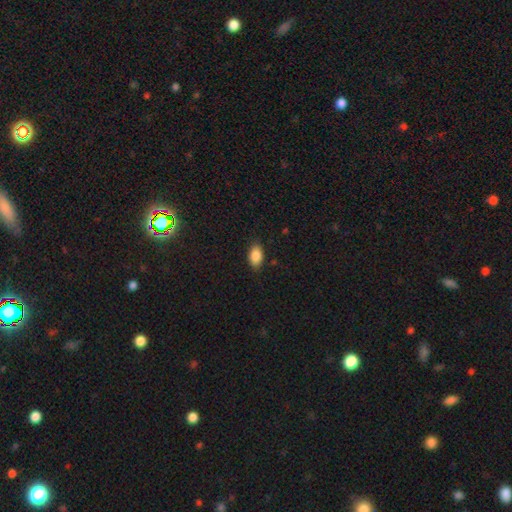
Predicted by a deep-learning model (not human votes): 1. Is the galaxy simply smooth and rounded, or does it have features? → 87% smooth, 8% star or artifact, 5% featured or disk.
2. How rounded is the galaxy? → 92% in between, 6% round, 3% cigar-shaped.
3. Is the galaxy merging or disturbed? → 86% none, 10% minor disturbance, 2% major disturbance, 1% merger.